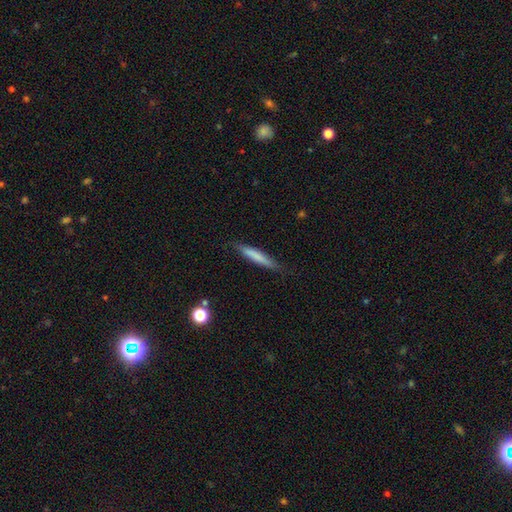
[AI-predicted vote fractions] Q: Smooth or featured?
A: smooth (71%); runner-up: featured or disk (23%)
Q: How rounded?
A: cigar-shaped (93%); runner-up: in between (6%)
Q: Merging?
A: none (84%); runner-up: minor disturbance (12%)